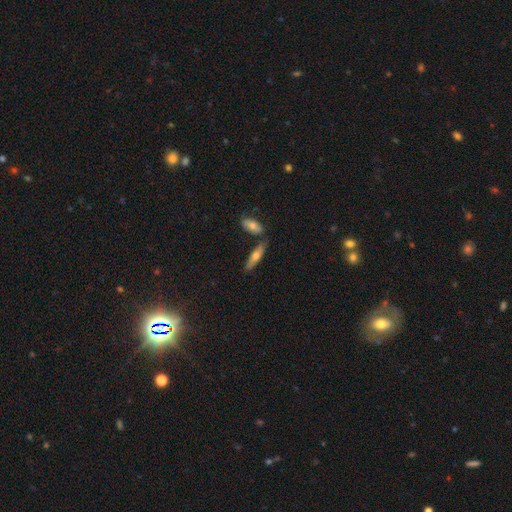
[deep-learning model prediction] Smooth or featured? smooth (61%)
How rounded? cigar-shaped (64%)
Merging? none (72%)